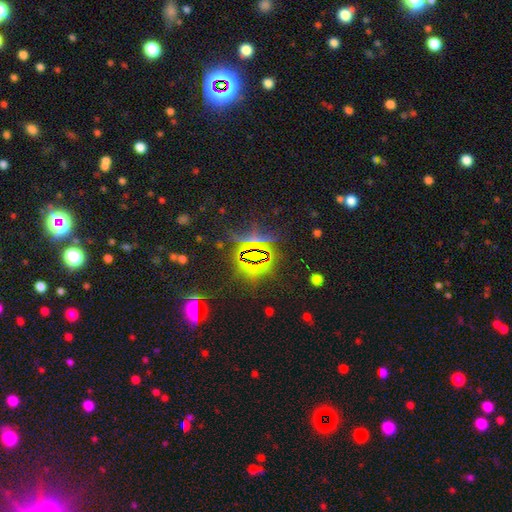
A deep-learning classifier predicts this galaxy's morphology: Smooth or featured? Predicted: star or artifact (p=0.79).